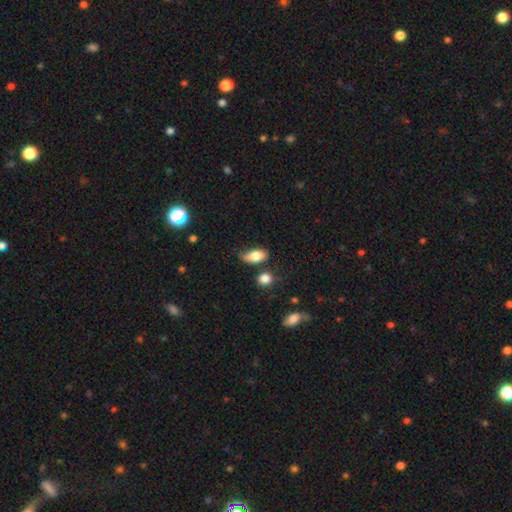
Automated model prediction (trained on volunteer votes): A smooth galaxy with no disk features (80%) that is in between round and cigar-shaped (88%). Merging: none (51%).